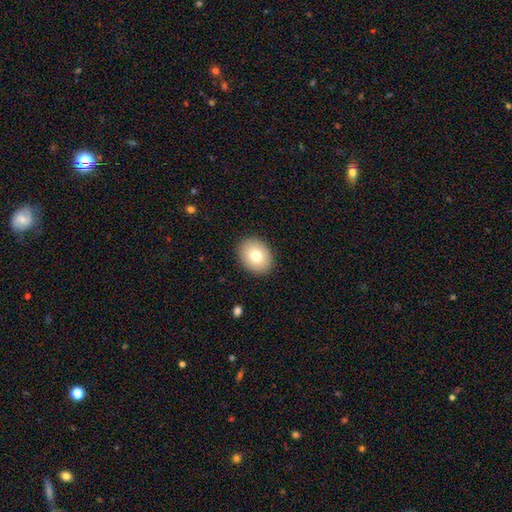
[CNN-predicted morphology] Q: Smooth or featured?
A: smooth (77%); runner-up: featured or disk (14%)
Q: How rounded?
A: in between (58%); runner-up: round (41%)
Q: Merging?
A: none (90%); runner-up: minor disturbance (7%)